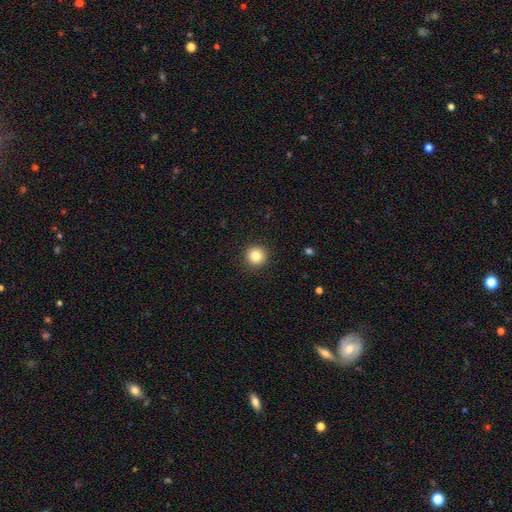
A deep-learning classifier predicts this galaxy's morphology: smooth-or-featured: smooth: 84% | star or artifact: 10% | featured or disk: 6%
  how-rounded: round: 95% | in between: 4% | cigar-shaped: 1%
  merging: none: 93% | minor disturbance: 5% | major disturbance: 2% | merger: 1%